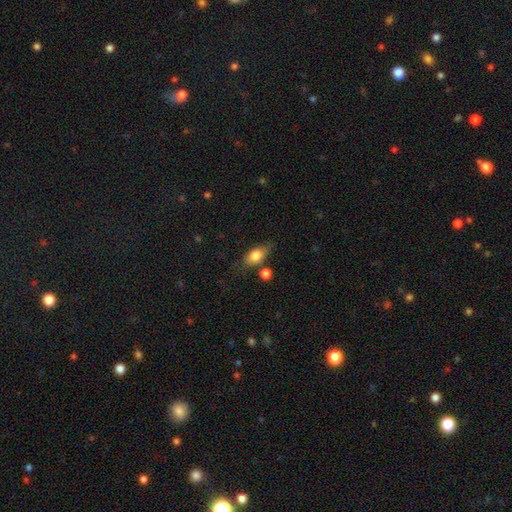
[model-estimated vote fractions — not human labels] smooth 77%, featured or disk 16%, star or artifact 7%. Down the decision tree: how rounded — in between (78%); merging — none (66%).